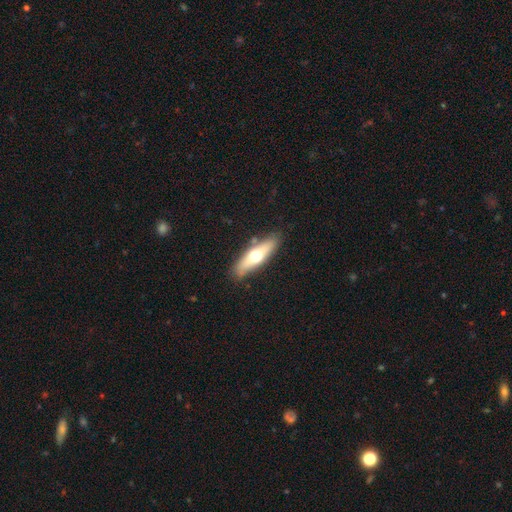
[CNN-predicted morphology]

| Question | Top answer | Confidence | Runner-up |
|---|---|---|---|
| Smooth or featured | smooth | 50% | featured or disk (44%) |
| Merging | none | 84% | minor disturbance (11%) |